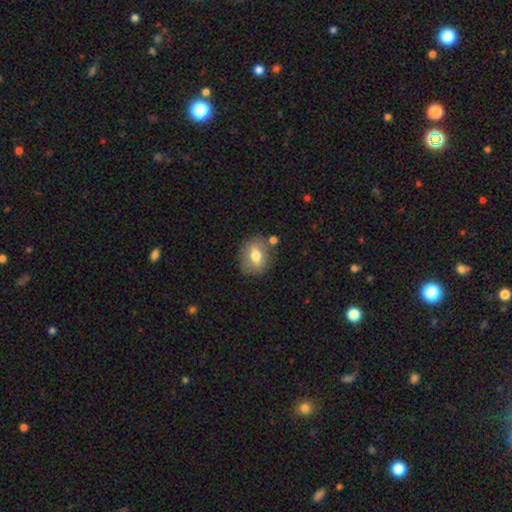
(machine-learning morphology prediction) smooth-or-featured: smooth: 64% | featured or disk: 27% | star or artifact: 8%
  how-rounded: round: 50% | in between: 49% | cigar-shaped: 2%
  merging: none: 74% | minor disturbance: 14% | merger: 7% | major disturbance: 4%